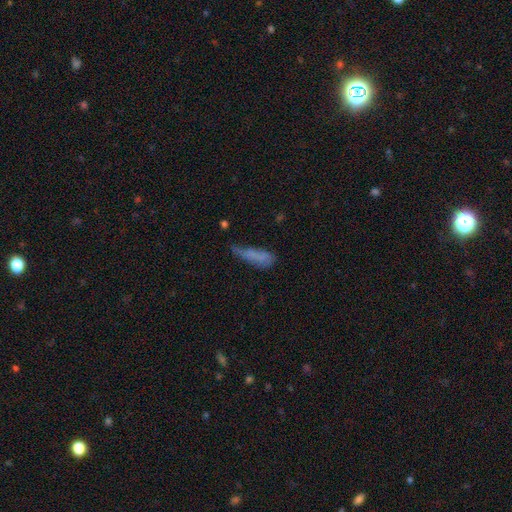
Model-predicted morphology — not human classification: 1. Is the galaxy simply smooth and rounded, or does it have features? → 66% smooth, 22% featured or disk, 12% star or artifact.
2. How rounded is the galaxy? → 59% cigar-shaped, 38% in between, 3% round.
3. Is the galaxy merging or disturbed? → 34% minor disturbance, 32% none, 27% major disturbance, 7% merger.